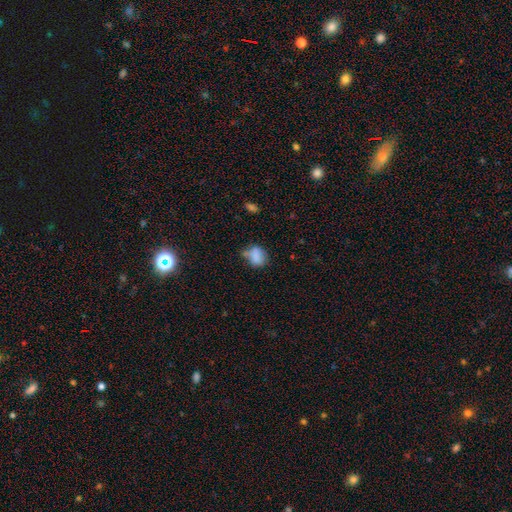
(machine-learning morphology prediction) Smooth or featured: smooth — 78% (featured or disk — 12%)
How rounded: in between — 60% (round — 38%)
Merging: none — 45% (minor disturbance — 30%)